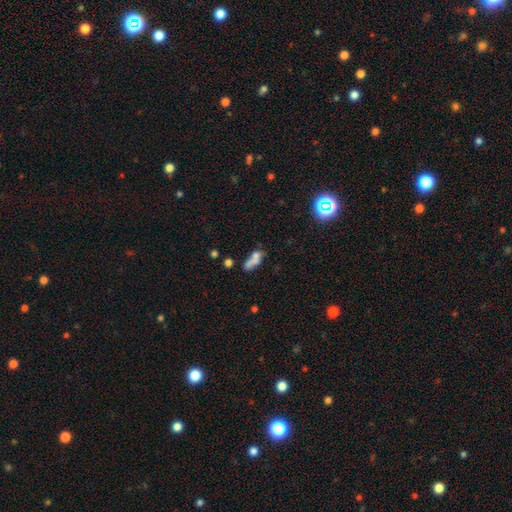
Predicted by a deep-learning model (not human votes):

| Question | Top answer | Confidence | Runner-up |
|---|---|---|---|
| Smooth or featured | smooth | 61% | featured or disk (24%) |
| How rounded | in between | 54% | cigar-shaped (35%) |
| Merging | merger | 37% | none (33%) |